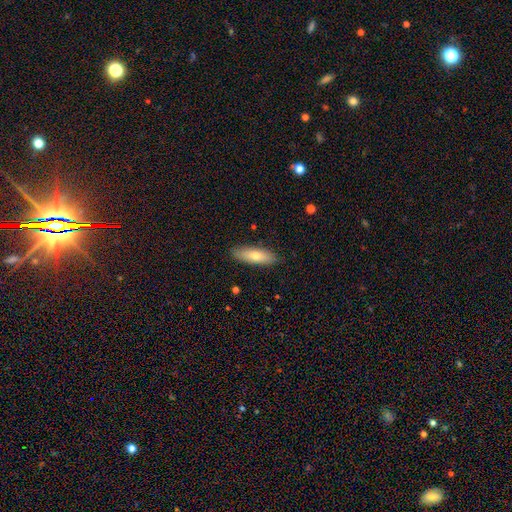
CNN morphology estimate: Overall: smooth (69%). How rounded: in between (54%; cigar-shaped 44%). Merging: none (87%).